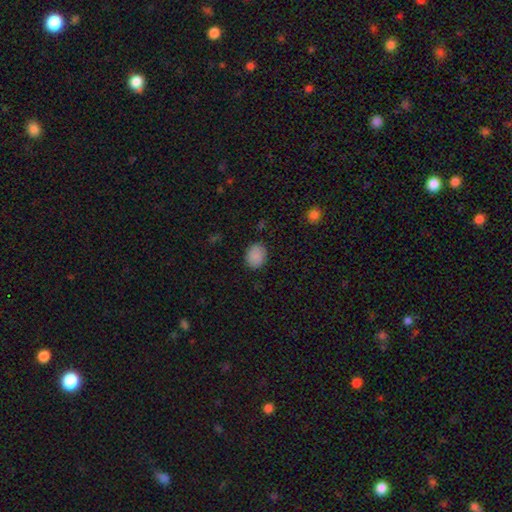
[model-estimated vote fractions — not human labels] This appears to be a smooth galaxy with no disk features (88%) that is round (56%). Merging: none (86%).